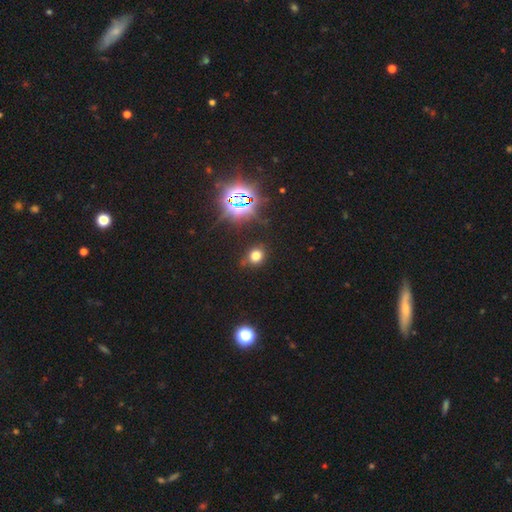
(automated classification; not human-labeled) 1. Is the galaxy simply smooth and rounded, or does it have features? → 68% smooth, 25% star or artifact, 7% featured or disk.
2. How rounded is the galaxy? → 72% round, 27% in between, 1% cigar-shaped.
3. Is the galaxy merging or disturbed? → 81% none, 12% minor disturbance, 4% major disturbance, 3% merger.